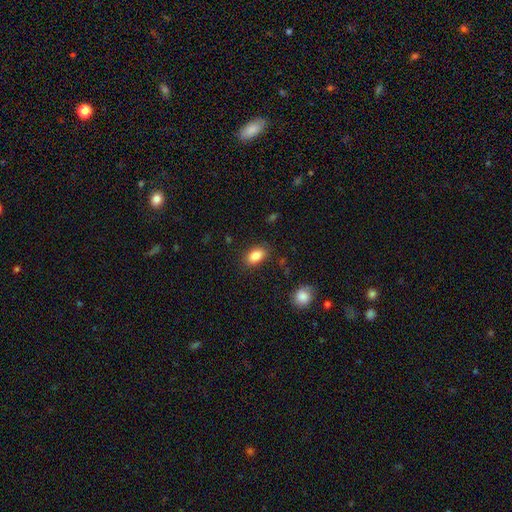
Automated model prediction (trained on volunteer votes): Morphology: type=smooth (85%); roundness=in between (89%); merging=none (84%).